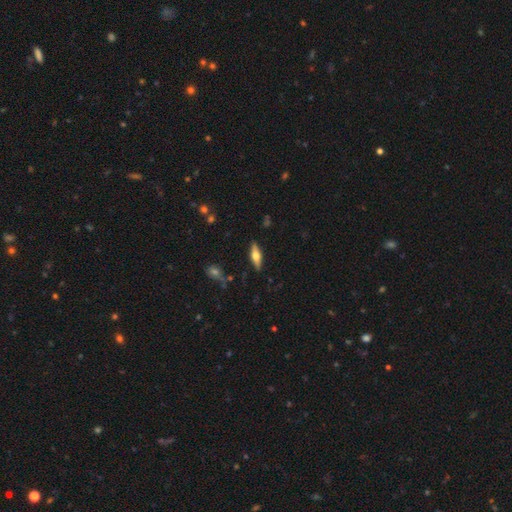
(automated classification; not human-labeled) This appears to be a featured or disk galaxy (48%). Merging: none (87%).